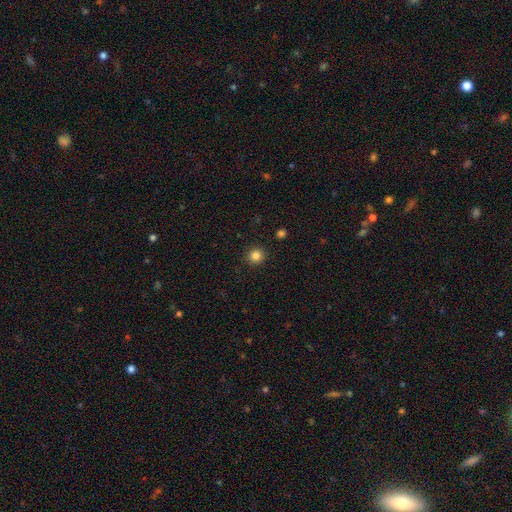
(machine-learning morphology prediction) smooth-or-featured: smooth: 84% | star or artifact: 12% | featured or disk: 4%
  how-rounded: round: 93% | in between: 7% | cigar-shaped: 1%
  merging: none: 92% | minor disturbance: 5% | major disturbance: 2% | merger: 1%